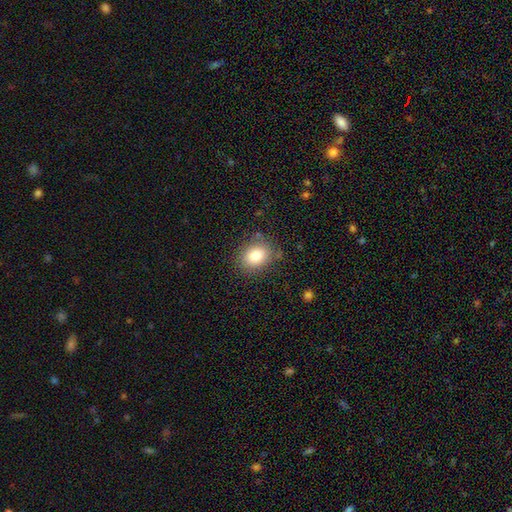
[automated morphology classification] A smooth galaxy with no disk features (81%) that is round (50%).

Vote fractions:
- Smooth or featured? smooth: 81% / star or artifact: 10% / featured or disk: 9%
- How rounded? round: 50% / in between: 49% / cigar-shaped: 1%
- Merging? none: 80% / minor disturbance: 13% / major disturbance: 4% / merger: 2%